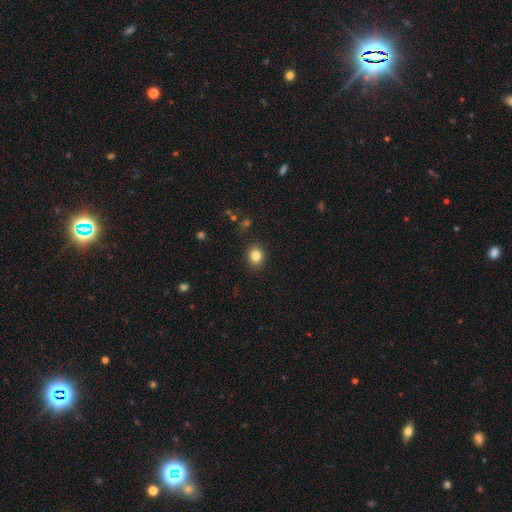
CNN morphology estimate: smooth_or_featured: smooth (p=0.83) [alt: star or artifact p=0.11]
how_rounded: round (p=0.71) [alt: in between p=0.29]
merging: none (p=0.89) [alt: minor disturbance p=0.07]